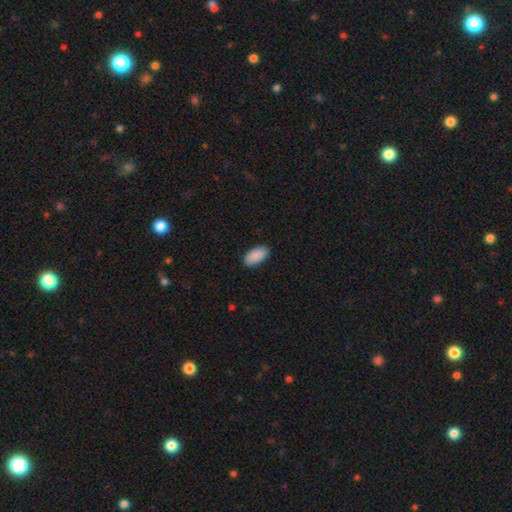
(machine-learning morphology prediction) Smooth or featured? Predicted: smooth (p=0.91). How rounded? Predicted: in between (p=0.95). Merging? Predicted: none (p=0.88).